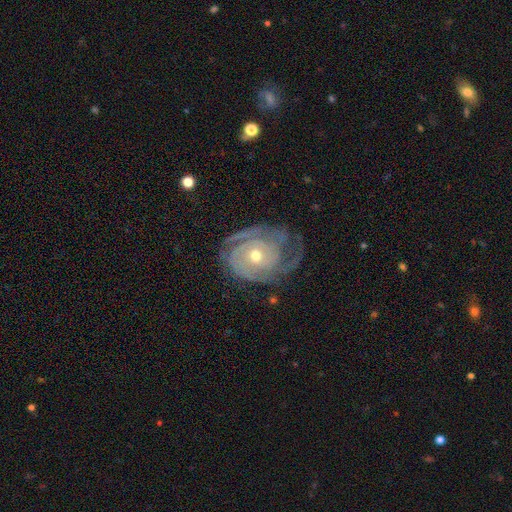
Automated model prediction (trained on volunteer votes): This is clearly a featured or disk galaxy (85%). It is clearly not viewed edge-on (97%). Bar: likely no (79%). Spiral arm pattern: clearly yes (93%). Spiral arm count: marginally can't tell (31%). Spiral winding: likely tight (70%). Central bulge: possibly moderate (57%). Merging: possibly none (58%).